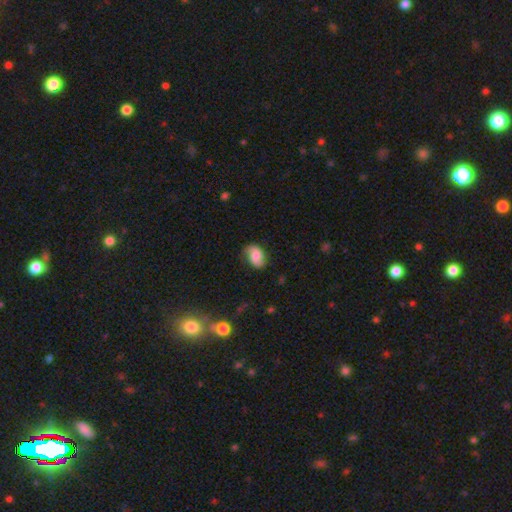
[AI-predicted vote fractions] Smooth or featured? smooth (57%)
How rounded? in between (82%)
Merging? none (68%)